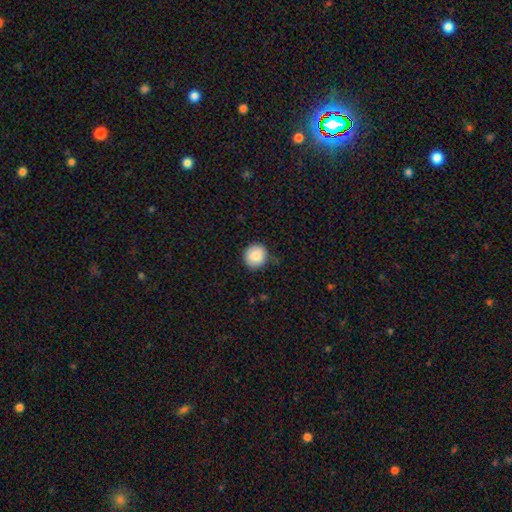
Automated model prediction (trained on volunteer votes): Smooth or featured: smooth — 86% (star or artifact — 8%)
How rounded: round — 92% (in between — 7%)
Merging: none — 81% (minor disturbance — 15%)